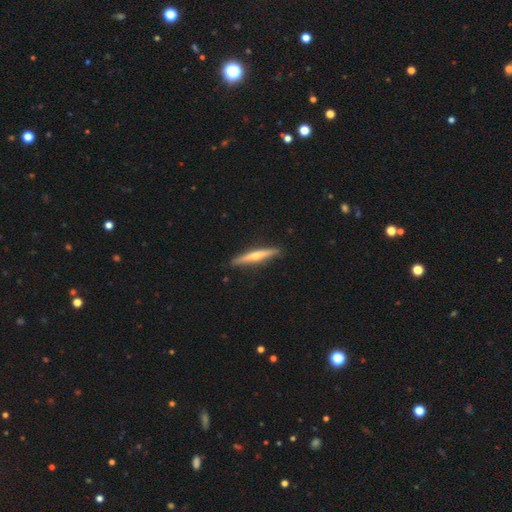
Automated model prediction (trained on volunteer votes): Q: Smooth or featured?
A: featured or disk (62%); runner-up: smooth (32%)
Q: Edge-on disk?
A: yes (97%); runner-up: no (3%)
Q: Edge-on bulge?
A: rounded (86%); runner-up: none (11%)
Q: Merging?
A: none (90%); runner-up: minor disturbance (7%)